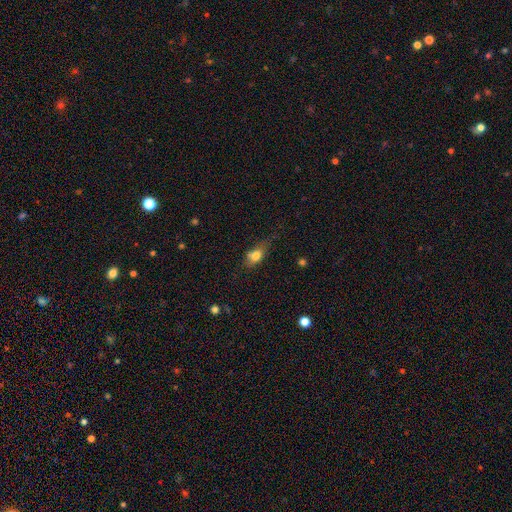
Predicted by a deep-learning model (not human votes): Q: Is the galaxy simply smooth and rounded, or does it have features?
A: smooth — 73%.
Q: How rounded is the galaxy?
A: in between — 72%.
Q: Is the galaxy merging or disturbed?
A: none — 48%.